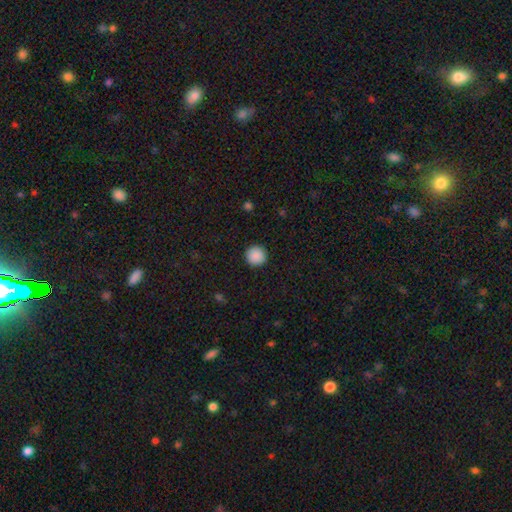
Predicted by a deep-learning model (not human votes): Morphology: type=smooth (90%); roundness=round (96%); merging=none (93%).